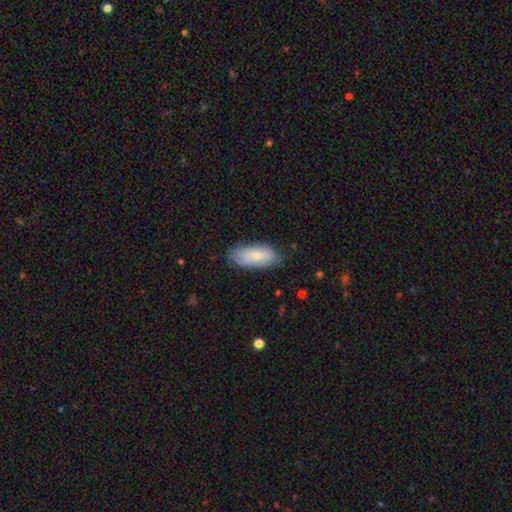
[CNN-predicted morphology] A smooth galaxy with no disk features (79%) that is in between round and cigar-shaped (87%). Merging: none (75%).